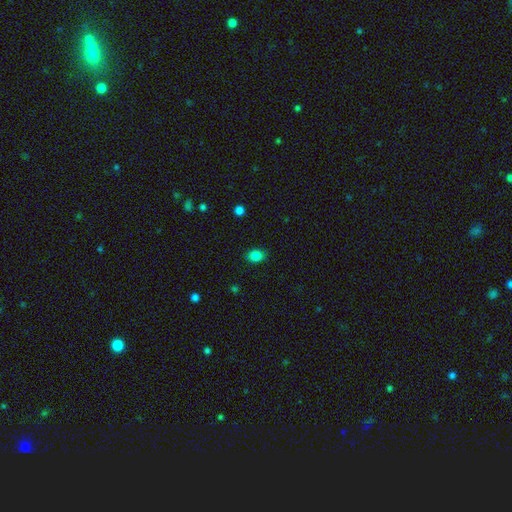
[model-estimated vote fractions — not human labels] Smooth or featured: smooth — 84% (star or artifact — 11%)
How rounded: in between — 62% (round — 37%)
Merging: none — 87% (minor disturbance — 9%)